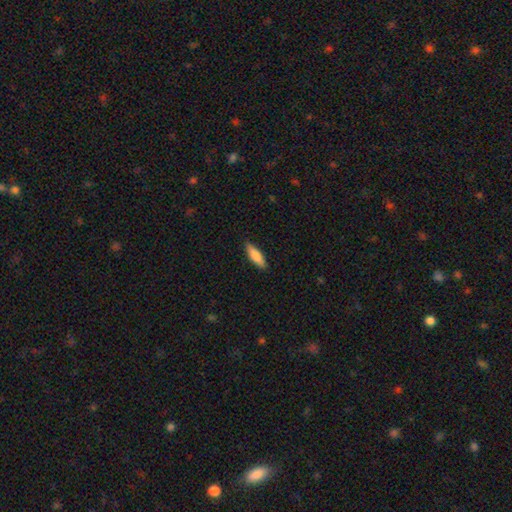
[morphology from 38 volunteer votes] Smooth or featured?
  - smooth: 76% *
  - featured or disk: 16%
  - star or artifact: 8%
How rounded?
  - cigar-shaped: 62% *
  - in between: 34%
  - round: 3%
Merging?
  - none: 83% *
  - minor disturbance: 9%
  - major disturbance: 6%
  - merger: 3%